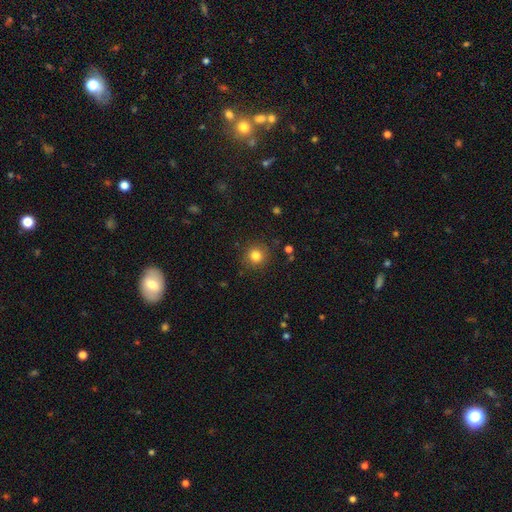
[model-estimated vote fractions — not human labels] Overall: smooth (82%). How rounded: round (92%). Merging: none (89%).